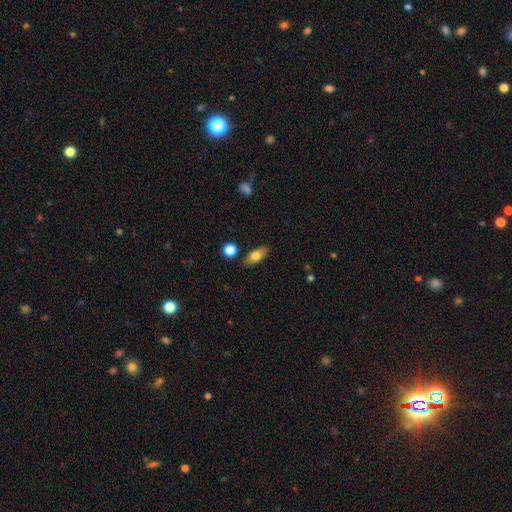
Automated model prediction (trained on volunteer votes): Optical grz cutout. It shows a smooth galaxy with no disk features (74%) that is in between round and cigar-shaped (78%). Merging: none (85%).